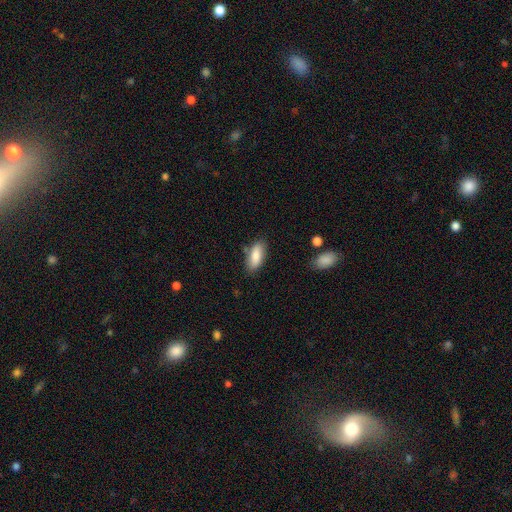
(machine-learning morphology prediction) type=smooth (84%); roundness=in between (81%); merging=none (77%).